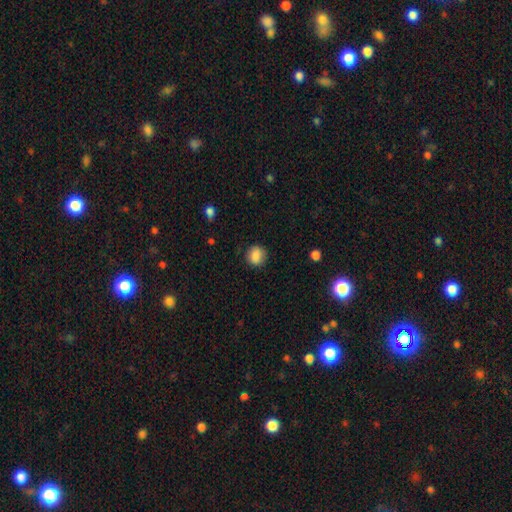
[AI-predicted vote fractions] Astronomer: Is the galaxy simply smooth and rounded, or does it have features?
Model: smooth — 87%.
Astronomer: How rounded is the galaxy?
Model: round — 79%.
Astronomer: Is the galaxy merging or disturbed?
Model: none — 86%.